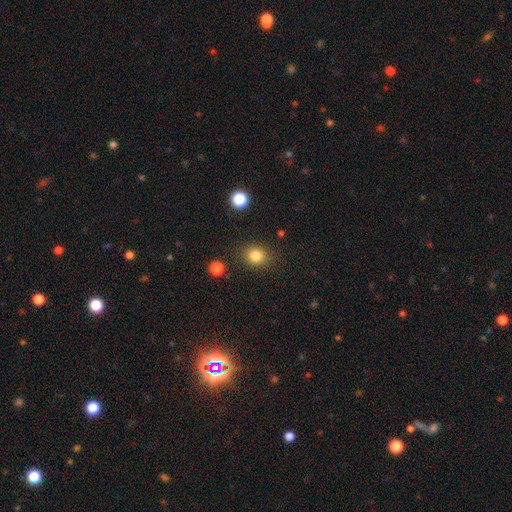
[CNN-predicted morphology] smooth 83%, star or artifact 12%, featured or disk 5%. Down the decision tree: how rounded — round (70%); merging — none (86%).